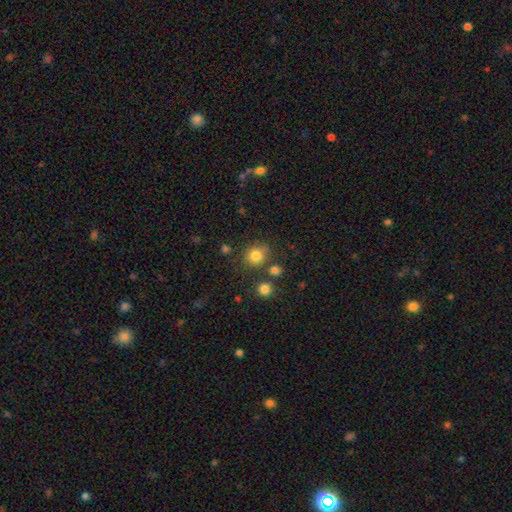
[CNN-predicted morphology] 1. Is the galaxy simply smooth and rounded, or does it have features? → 81% smooth, 12% star or artifact, 6% featured or disk.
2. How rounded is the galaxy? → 80% round, 19% in between, 1% cigar-shaped.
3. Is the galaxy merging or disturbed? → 74% none, 13% minor disturbance, 9% merger, 5% major disturbance.